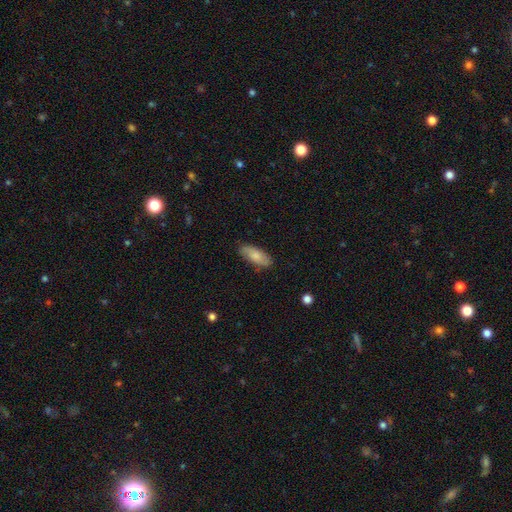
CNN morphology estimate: The model was most divided on "smooth or featured": smooth: 78%, featured or disk: 16%, star or artifact: 6%. More confident: merging — none (82%); how rounded — in between (81%).